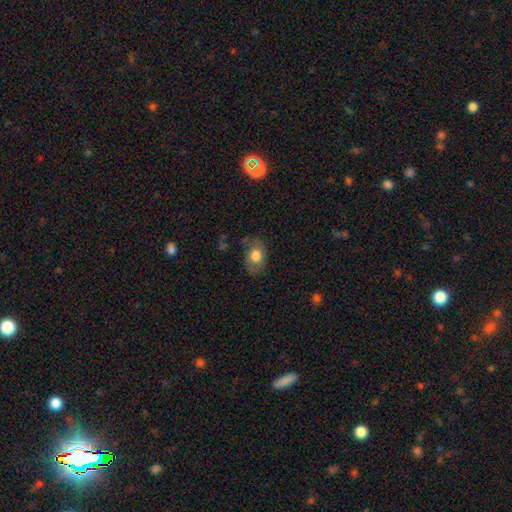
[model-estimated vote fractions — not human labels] Smooth or featured? smooth (75%)
How rounded? in between (79%)
Merging? none (70%)